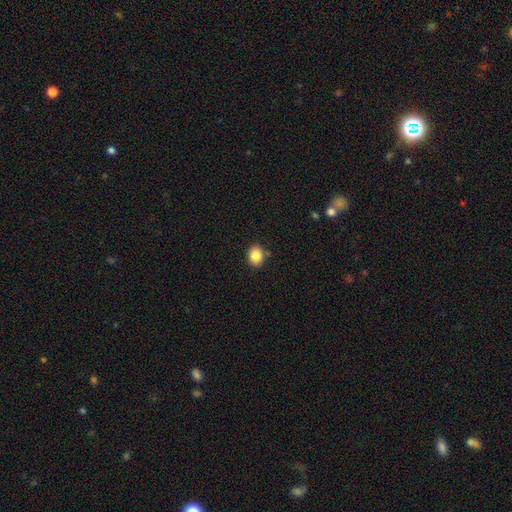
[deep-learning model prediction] This is clearly a smooth galaxy (86%). How rounded: possibly round (54%). Merging: clearly none (86%).